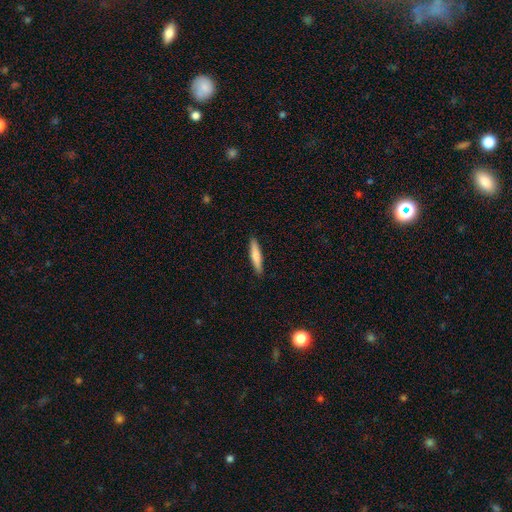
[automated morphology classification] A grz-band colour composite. It shows a smooth galaxy with no disk features (72%) that is cigar-shaped (87%). Merging: none (91%).